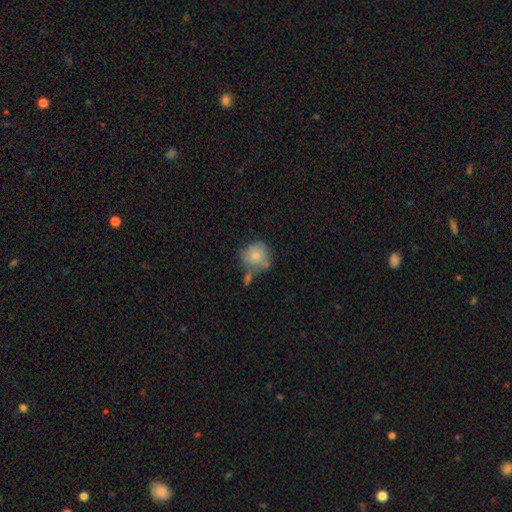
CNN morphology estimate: Smooth or featured: smooth — 78% (featured or disk — 15%)
How rounded: round — 87% (in between — 12%)
Merging: none — 51% (minor disturbance — 21%)